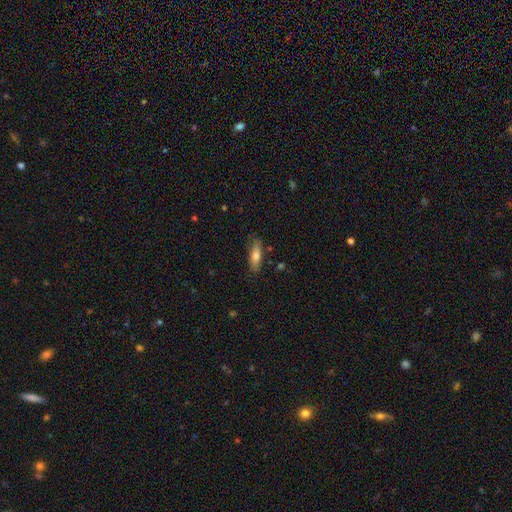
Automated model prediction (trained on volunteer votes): Q: Smooth or featured?
A: smooth (70%); runner-up: featured or disk (23%)
Q: How rounded?
A: in between (52%); runner-up: cigar-shaped (46%)
Q: Merging?
A: none (79%); runner-up: minor disturbance (16%)